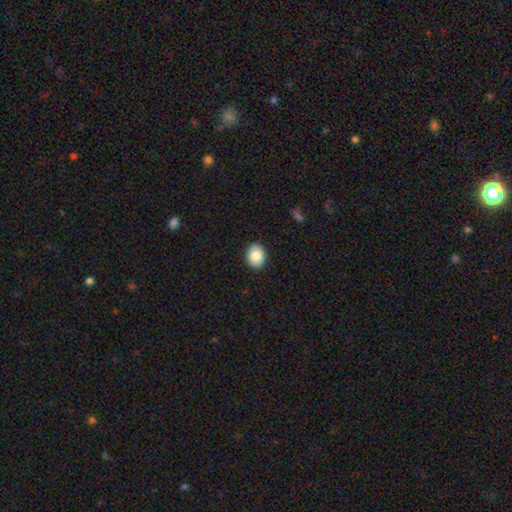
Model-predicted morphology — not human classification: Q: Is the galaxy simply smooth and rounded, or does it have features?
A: smooth — 83%.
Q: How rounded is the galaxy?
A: in between — 57%.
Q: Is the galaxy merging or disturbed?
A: none — 91%.